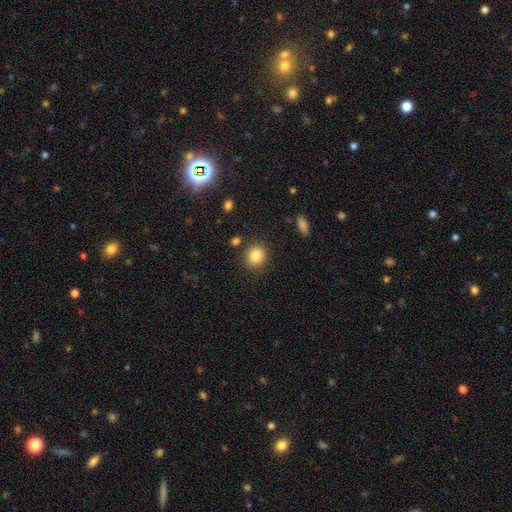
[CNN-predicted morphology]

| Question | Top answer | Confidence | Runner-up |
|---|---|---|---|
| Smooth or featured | smooth | 84% | star or artifact (10%) |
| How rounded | round | 76% | in between (23%) |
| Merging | none | 86% | minor disturbance (8%) |